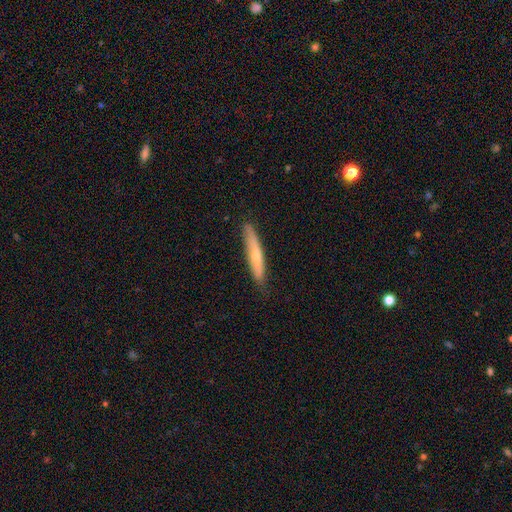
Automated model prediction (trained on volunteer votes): Smooth or featured: smooth — 52% (featured or disk — 42%)
How rounded: cigar-shaped — 91% (in between — 8%)
Merging: none — 84% (minor disturbance — 13%)